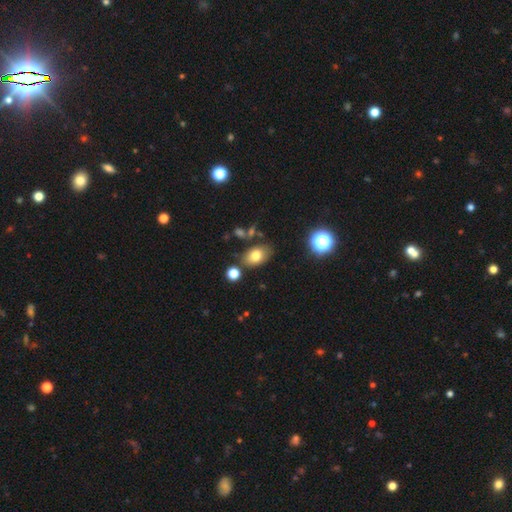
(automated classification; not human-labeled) Morphology: type=smooth (76%); roundness=in between (84%); merging=none (76%).